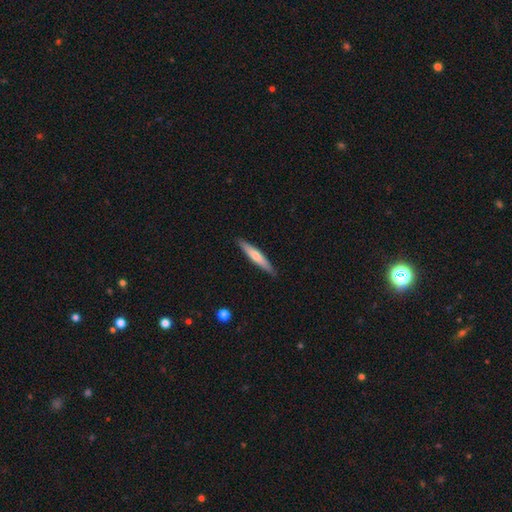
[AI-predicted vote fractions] Q: Smooth or featured?
A: smooth (58%); runner-up: featured or disk (37%)
Q: How rounded?
A: cigar-shaped (91%); runner-up: in between (7%)
Q: Merging?
A: none (88%); runner-up: minor disturbance (9%)